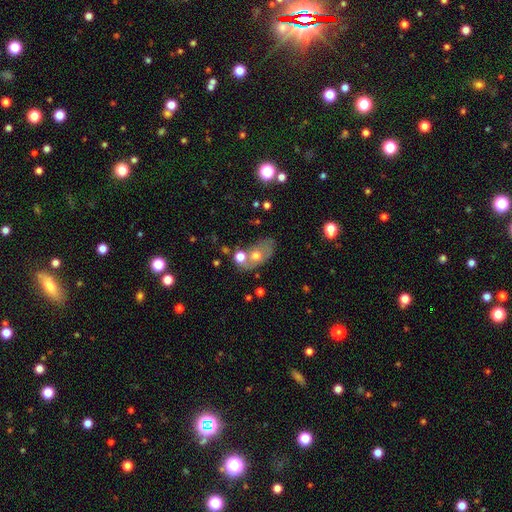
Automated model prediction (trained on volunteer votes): Smooth or featured? Predicted: smooth (p=0.53). How rounded? Predicted: in between (p=0.81). Merging? Predicted: none (p=0.46).